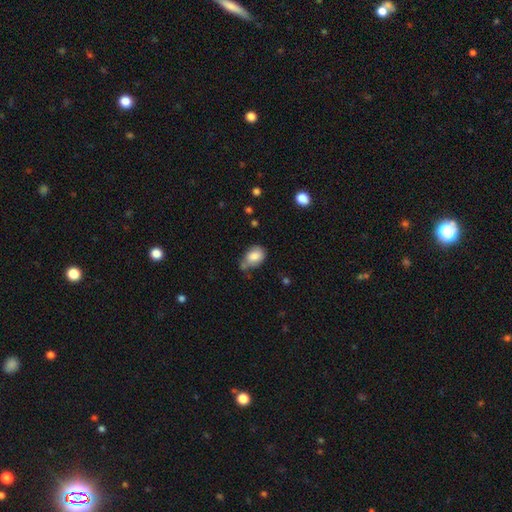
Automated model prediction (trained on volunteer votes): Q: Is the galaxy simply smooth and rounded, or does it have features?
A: smooth — 83%.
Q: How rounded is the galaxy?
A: in between — 79%.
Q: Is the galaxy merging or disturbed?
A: none — 44%.